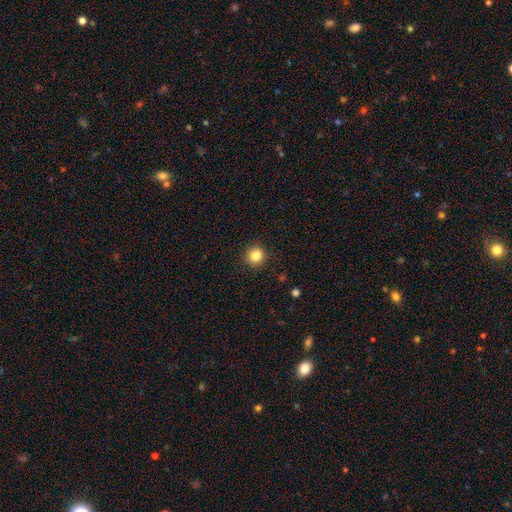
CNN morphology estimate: This appears to be a smooth galaxy with no disk features (85%) that is round (88%). Merging: none (91%).